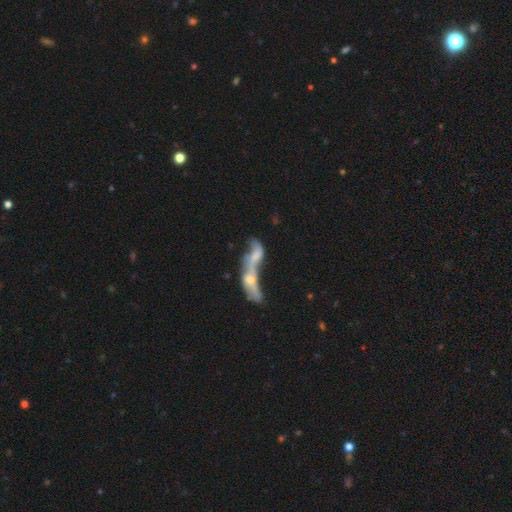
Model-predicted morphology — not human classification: smooth-or-featured: featured or disk: 48% | smooth: 41% | star or artifact: 10%
  merging: merger: 78% | major disturbance: 11% | none: 7% | minor disturbance: 4%